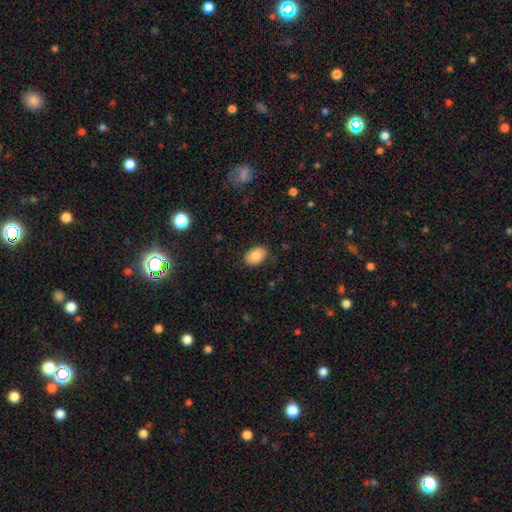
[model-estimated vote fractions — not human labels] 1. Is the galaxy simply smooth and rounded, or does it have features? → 83% smooth, 10% featured or disk, 7% star or artifact.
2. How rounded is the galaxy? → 84% in between, 15% round, 1% cigar-shaped.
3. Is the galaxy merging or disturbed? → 83% none, 13% minor disturbance, 3% major disturbance, 1% merger.